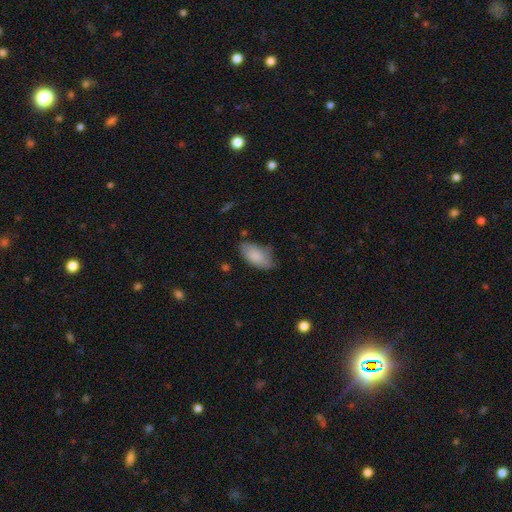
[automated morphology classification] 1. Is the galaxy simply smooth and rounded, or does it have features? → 83% smooth, 10% featured or disk, 6% star or artifact.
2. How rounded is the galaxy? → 93% in between, 4% cigar-shaped, 3% round.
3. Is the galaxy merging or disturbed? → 62% none, 29% minor disturbance, 7% major disturbance, 2% merger.